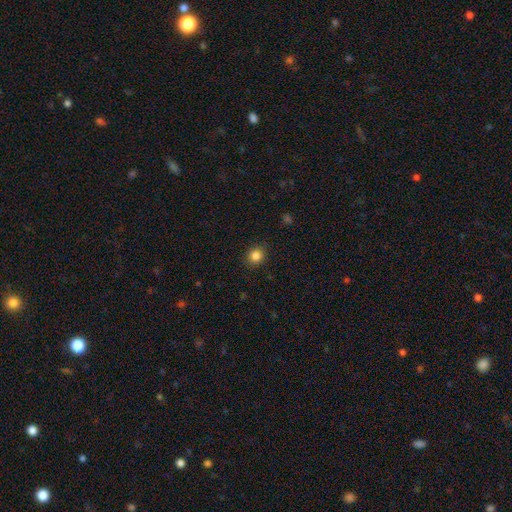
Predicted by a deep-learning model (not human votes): Q: Smooth or featured?
A: smooth (85%); runner-up: star or artifact (11%)
Q: How rounded?
A: round (84%); runner-up: in between (15%)
Q: Merging?
A: none (89%); runner-up: minor disturbance (7%)